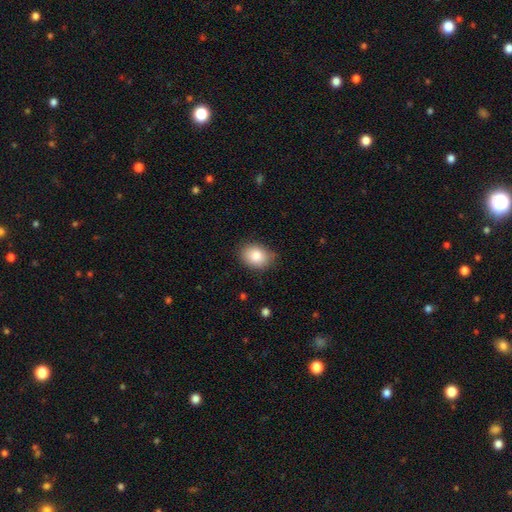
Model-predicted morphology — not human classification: Smooth or featured?
  - smooth: 85% *
  - star or artifact: 8%
  - featured or disk: 7%
How rounded?
  - in between: 67% *
  - round: 32%
  - cigar-shaped: 1%
Merging?
  - none: 80% *
  - minor disturbance: 16%
  - major disturbance: 3%
  - merger: 1%